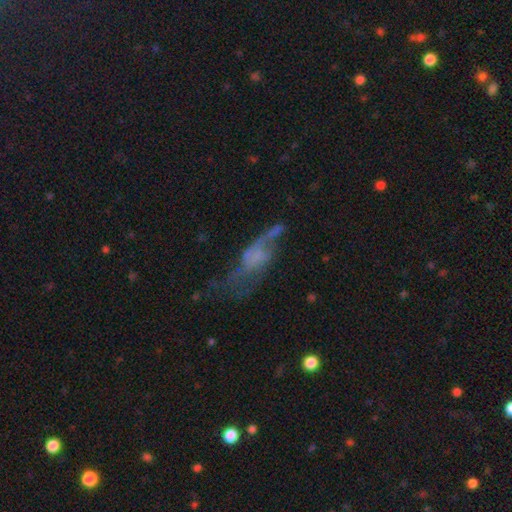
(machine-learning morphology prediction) Smooth or featured? Predicted: featured or disk (p=0.61). Edge-on disk? Predicted: no (p=0.87). Bar? Predicted: no (p=0.71). Spiral arms? Predicted: yes (p=0.61). Bulge size? Predicted: none (p=0.61). Merging? Predicted: major disturbance (p=0.43).